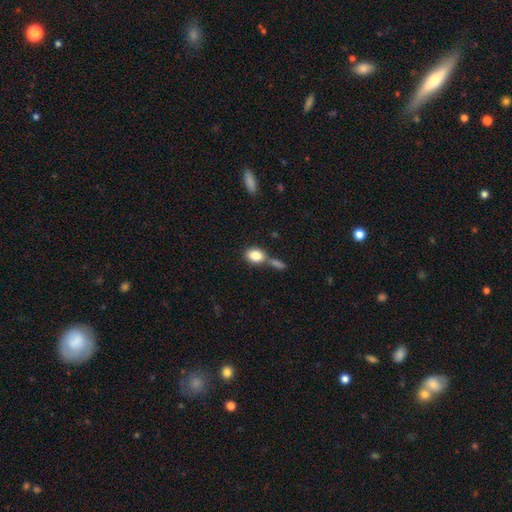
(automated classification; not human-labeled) Smooth or featured: smooth — 83% (featured or disk — 9%)
How rounded: in between — 66% (round — 32%)
Merging: none — 46% (merger — 35%)